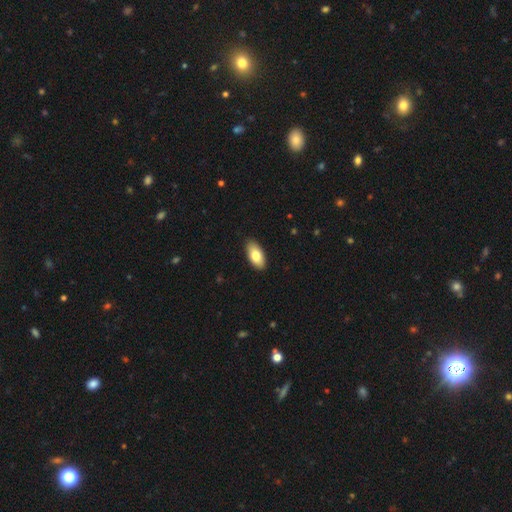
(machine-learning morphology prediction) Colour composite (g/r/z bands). It shows a smooth galaxy with no disk features (80%) that is in between round and cigar-shaped (92%). Merging: none (89%).